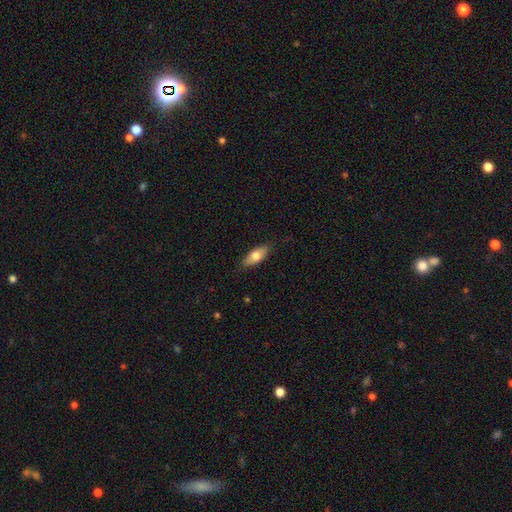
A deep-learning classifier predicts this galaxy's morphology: type=smooth (72%); roundness=in between (82%); merging=none (83%).